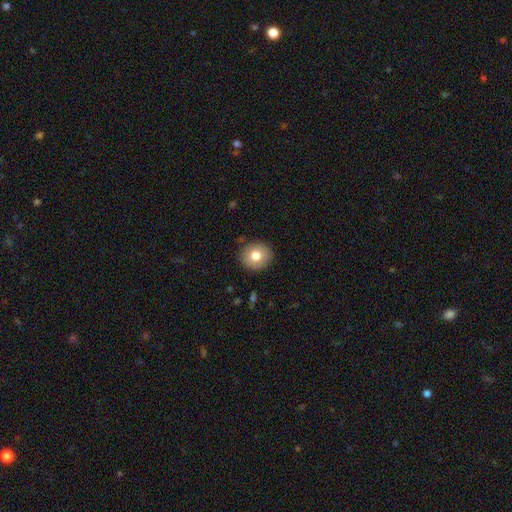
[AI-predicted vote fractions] A smooth galaxy with no disk features (78%) that is round (84%). Merging: none (89%).